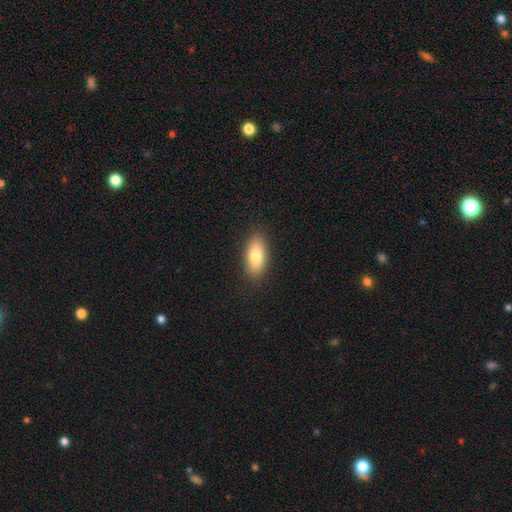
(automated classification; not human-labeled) Smooth or featured: smooth — 79% (featured or disk — 15%)
How rounded: in between — 86% (cigar-shaped — 10%)
Merging: none — 88% (minor disturbance — 9%)